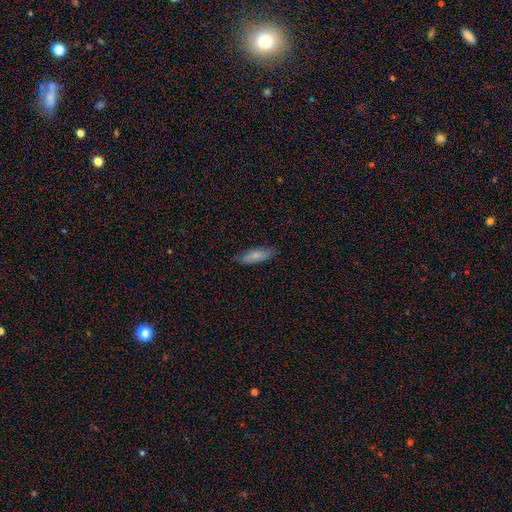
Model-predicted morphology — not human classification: Smooth or featured: smooth — 79% (featured or disk — 15%)
How rounded: in between — 63% (cigar-shaped — 35%)
Merging: none — 80% (minor disturbance — 16%)